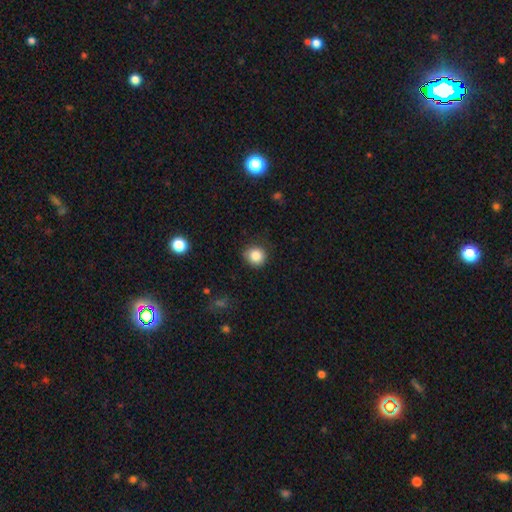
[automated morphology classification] Smooth or featured? Predicted: smooth (p=0.85). How rounded? Predicted: round (p=0.89). Merging? Predicted: none (p=0.82).